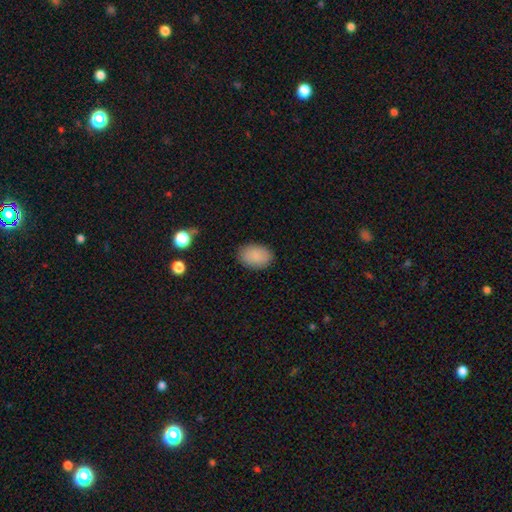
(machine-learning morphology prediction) This is clearly a smooth galaxy (88%). How rounded: clearly in between (82%). Merging: clearly none (87%).